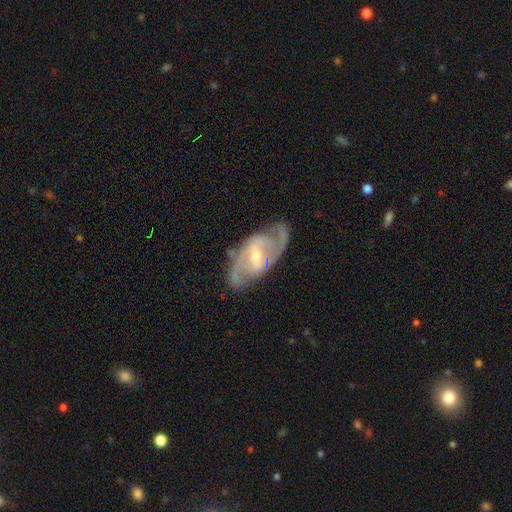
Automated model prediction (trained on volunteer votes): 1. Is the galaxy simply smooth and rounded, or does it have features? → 88% featured or disk, 7% smooth, 5% star or artifact.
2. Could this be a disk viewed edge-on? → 95% no, 5% yes.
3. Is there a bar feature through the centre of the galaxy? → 48% weak, 37% strong, 14% no.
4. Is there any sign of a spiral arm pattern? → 95% yes, 5% no.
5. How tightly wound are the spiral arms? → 54% medium, 28% tight, 18% loose.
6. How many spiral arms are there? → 85% 2, 6% can't tell, 4% 3, 2% 1, 1% 4, 1% more than 4.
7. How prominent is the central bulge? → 56% small, 38% moderate, 4% none, 2% large, 1% dominant.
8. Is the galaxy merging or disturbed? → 78% none, 15% minor disturbance, 6% major disturbance, 1% merger.